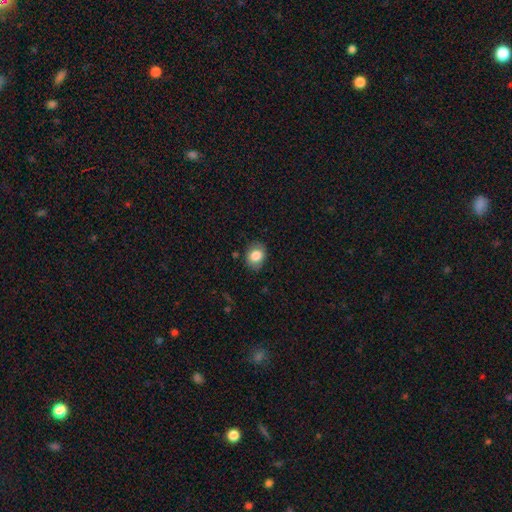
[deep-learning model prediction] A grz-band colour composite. It shows a smooth galaxy with no disk features (82%) that is in between round and cigar-shaped (51%). Merging: none (81%).